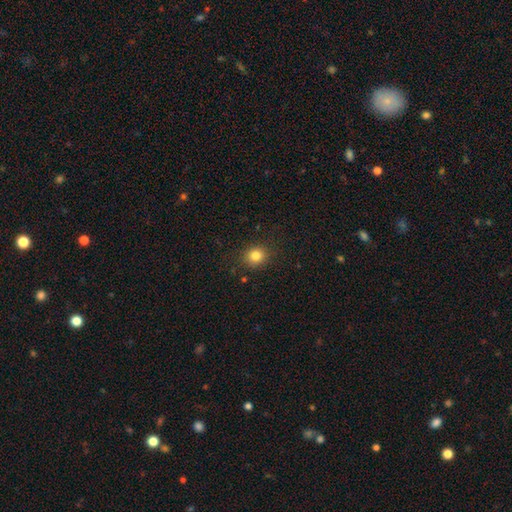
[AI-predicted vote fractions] The model was most divided on "how rounded": round: 78%, in between: 21%, cigar-shaped: 1%. More confident: merging — none (87%); smooth or featured — smooth (82%).